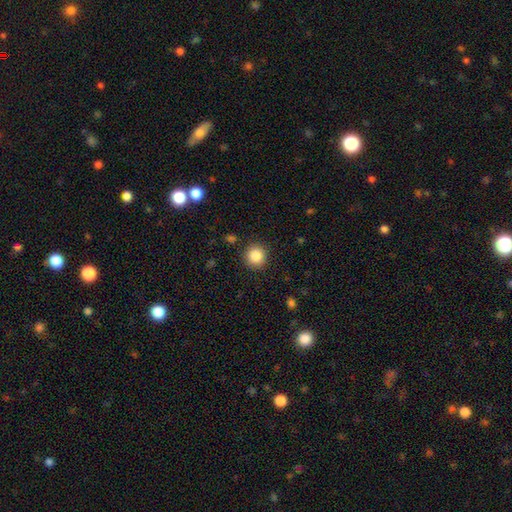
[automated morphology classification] A smooth galaxy with no disk features (85%) that is round (93%).

Vote fractions:
- Smooth or featured? smooth: 85% / star or artifact: 10% / featured or disk: 5%
- How rounded? round: 93% / in between: 6% / cigar-shaped: 1%
- Merging? none: 90% / minor disturbance: 6% / major disturbance: 2% / merger: 1%